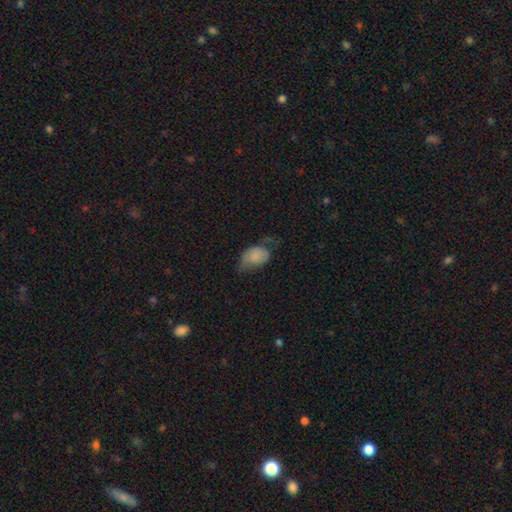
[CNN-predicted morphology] The model was most divided on "merging": major disturbance: 34%, minor disturbance: 33%, none: 30%, merger: 3%. More confident: how rounded — in between (88%); smooth or featured — smooth (71%).